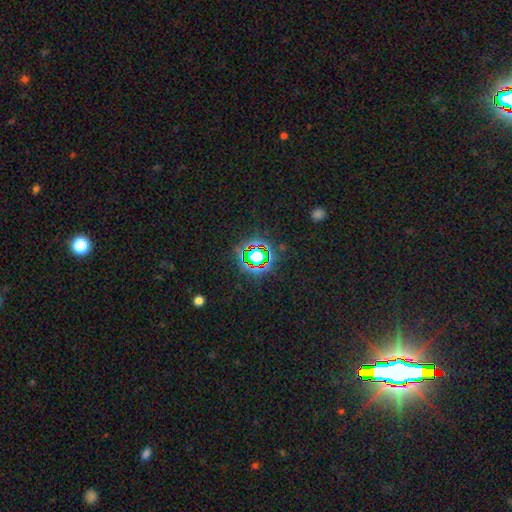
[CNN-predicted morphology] type=star or artifact (71%).